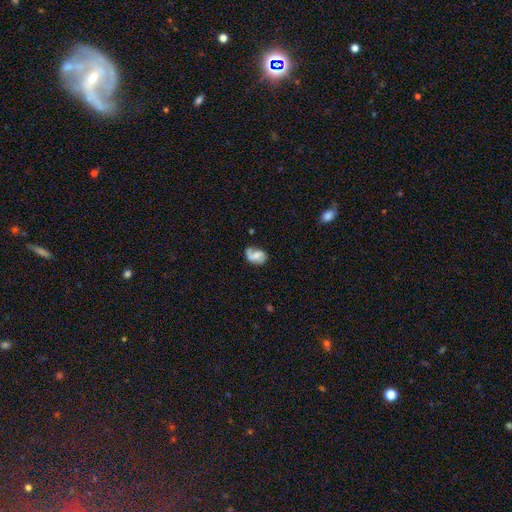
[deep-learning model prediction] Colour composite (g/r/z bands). It shows a featured or disk galaxy (54%) with no bar (50%), spiral arms (82%) and a small central bulge (34%). Merging: none (47%).